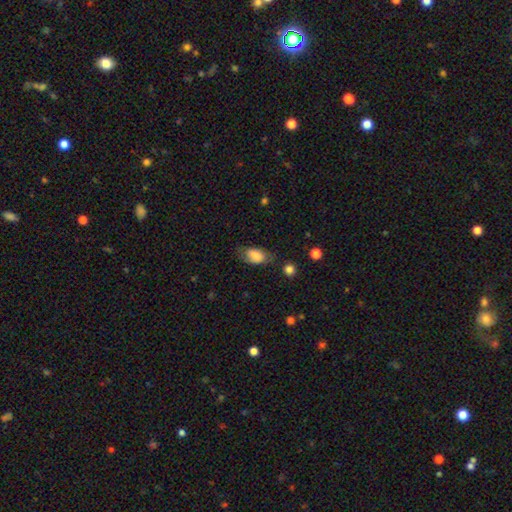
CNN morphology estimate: This is likely a smooth galaxy (74%). How rounded: clearly in between (90%). Merging: possibly none (57%).